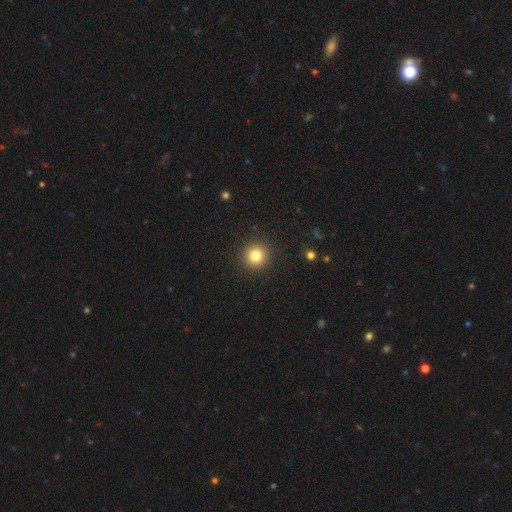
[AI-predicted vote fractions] A smooth galaxy with no disk features (82%) that is round (94%).

Vote fractions:
- Smooth or featured? smooth: 82% / star or artifact: 12% / featured or disk: 6%
- How rounded? round: 94% / in between: 5% / cigar-shaped: 1%
- Merging? none: 92% / minor disturbance: 5% / major disturbance: 2% / merger: 1%